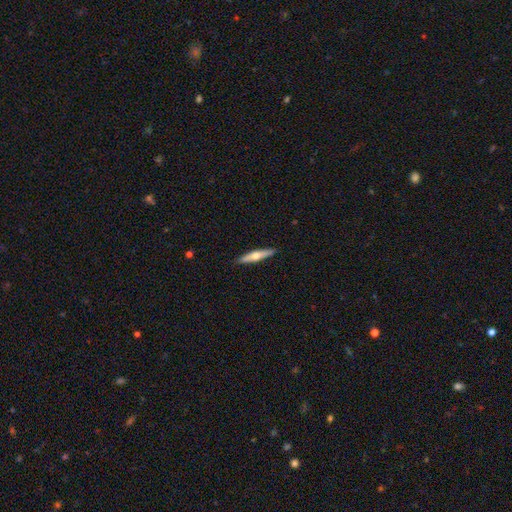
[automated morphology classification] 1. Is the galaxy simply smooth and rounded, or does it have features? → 48% smooth, 47% featured or disk, 5% star or artifact.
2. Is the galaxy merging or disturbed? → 90% none, 8% minor disturbance, 1% major disturbance, 1% merger.